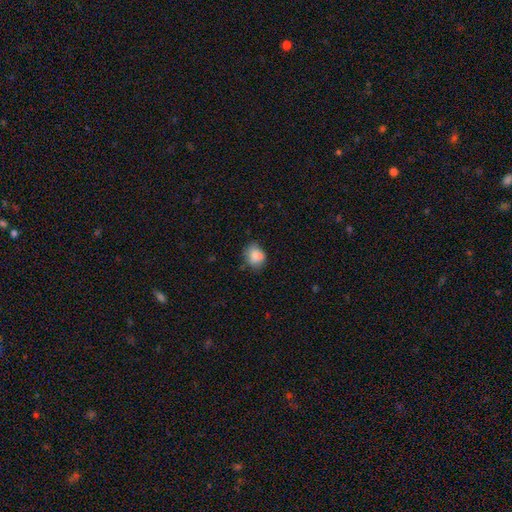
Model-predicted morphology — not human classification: Smooth or featured: smooth — 79% (featured or disk — 11%)
How rounded: round — 52% (in between — 47%)
Merging: none — 56% (minor disturbance — 25%)